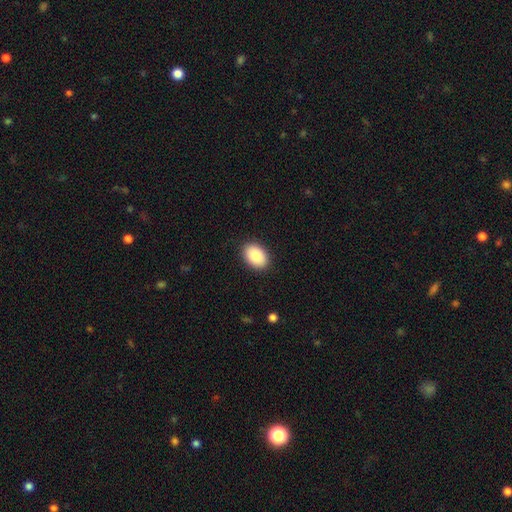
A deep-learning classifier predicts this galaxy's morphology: This is clearly a smooth galaxy (87%). How rounded: clearly in between (84%). Merging: clearly none (90%).